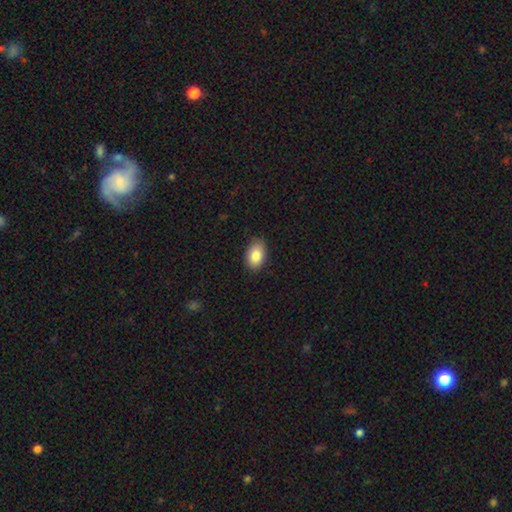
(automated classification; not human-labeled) This is clearly a smooth galaxy (84%). How rounded: clearly in between (89%). Merging: clearly none (85%).